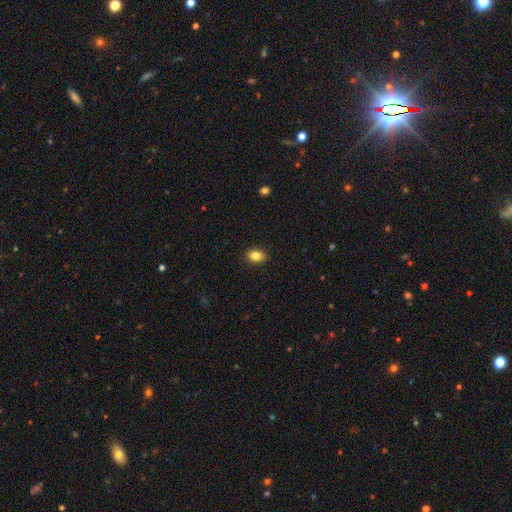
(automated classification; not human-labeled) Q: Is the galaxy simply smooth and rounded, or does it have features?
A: smooth — 85%.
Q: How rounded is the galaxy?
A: in between — 77%.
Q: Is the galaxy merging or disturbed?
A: none — 89%.